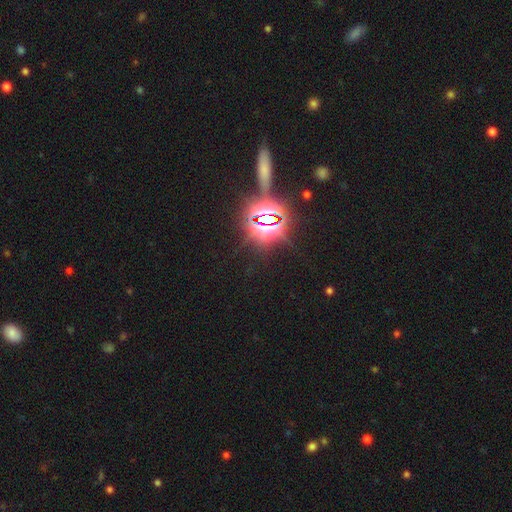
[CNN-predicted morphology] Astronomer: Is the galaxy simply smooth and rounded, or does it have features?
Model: star or artifact — 82%.